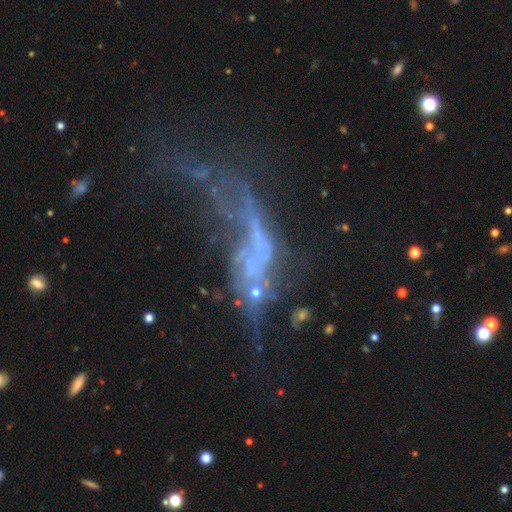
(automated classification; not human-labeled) Morphology: type=featured or disk (57%); edge-on=no (83%); merging=major disturbance (48%).